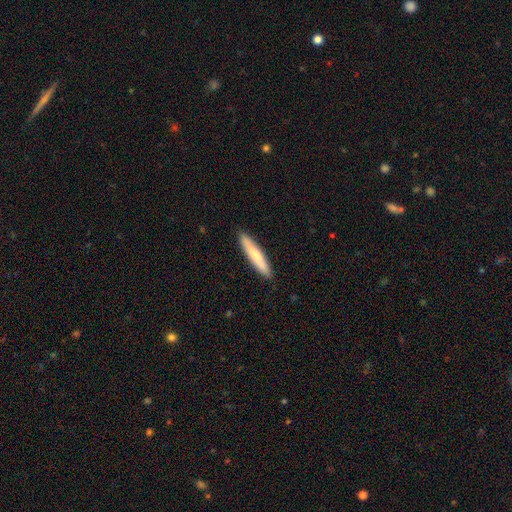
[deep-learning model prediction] Overall: smooth (70%). How rounded: cigar-shaped (91%). Merging: none (90%).